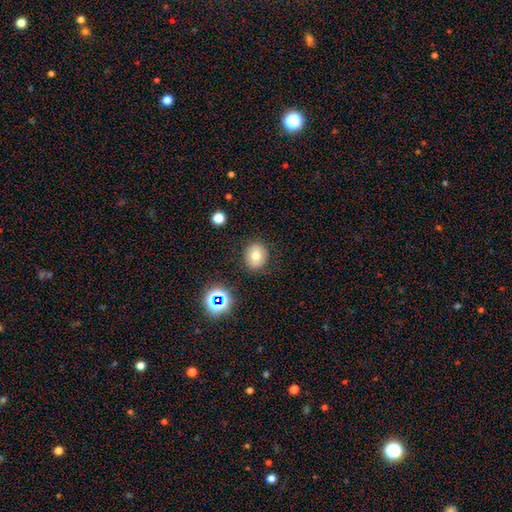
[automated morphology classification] Q: Smooth or featured?
A: smooth (72%); runner-up: featured or disk (14%)
Q: How rounded?
A: round (69%); runner-up: in between (30%)
Q: Merging?
A: none (85%); runner-up: minor disturbance (10%)